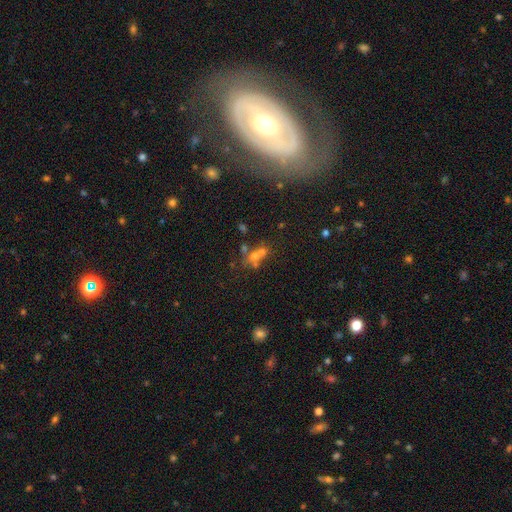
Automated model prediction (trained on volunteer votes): Overall: smooth (46%; star or artifact 30%). Merging: merger (47%; none 38%).